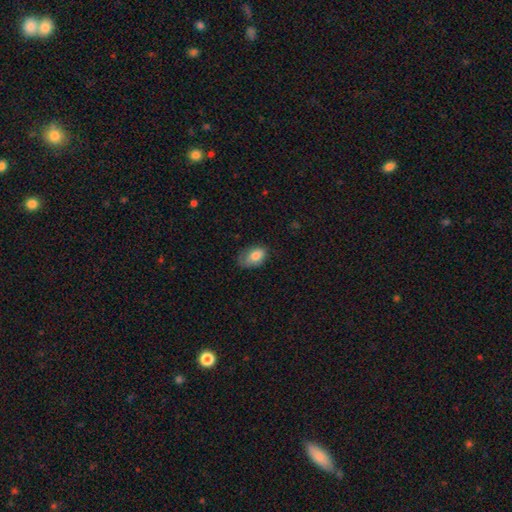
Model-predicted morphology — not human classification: Smooth or featured: smooth — 78% (featured or disk — 15%)
How rounded: in between — 88% (round — 11%)
Merging: none — 52% (minor disturbance — 34%)